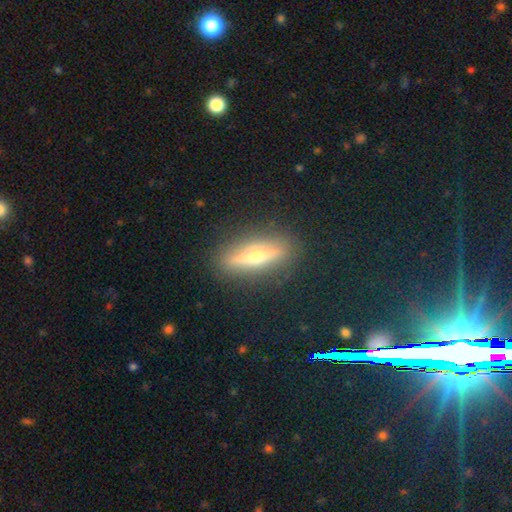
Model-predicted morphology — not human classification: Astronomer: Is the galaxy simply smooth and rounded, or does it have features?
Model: featured or disk — 46% (runner-up: smooth, 35%).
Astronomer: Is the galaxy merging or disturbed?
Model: none — 88%.